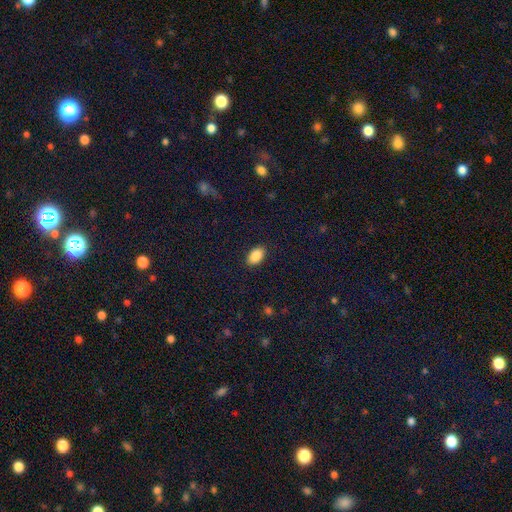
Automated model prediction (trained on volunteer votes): Smooth or featured?
  - smooth: 88% *
  - star or artifact: 8%
  - featured or disk: 4%
How rounded?
  - in between: 92% *
  - round: 7%
  - cigar-shaped: 2%
Merging?
  - none: 89% *
  - minor disturbance: 8%
  - major disturbance: 2%
  - merger: 1%